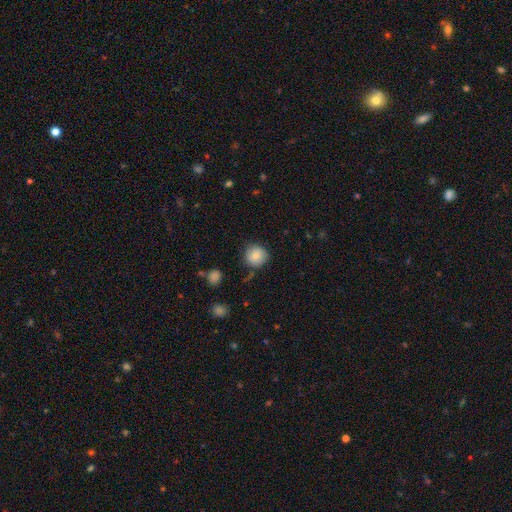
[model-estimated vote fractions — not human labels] Smooth or featured?
  - smooth: 81% *
  - featured or disk: 10%
  - star or artifact: 9%
How rounded?
  - round: 93% *
  - in between: 6%
  - cigar-shaped: 1%
Merging?
  - none: 81% *
  - minor disturbance: 13%
  - major disturbance: 3%
  - merger: 3%